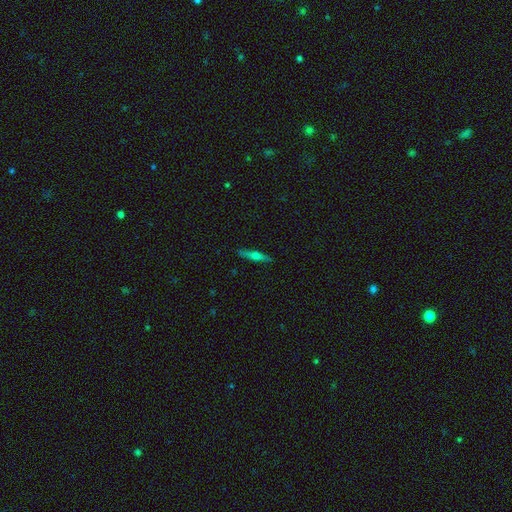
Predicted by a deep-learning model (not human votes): Q: Smooth or featured?
A: featured or disk (53%); runner-up: smooth (41%)
Q: Edge-on disk?
A: yes (95%); runner-up: no (5%)
Q: Merging?
A: none (89%); runner-up: minor disturbance (8%)